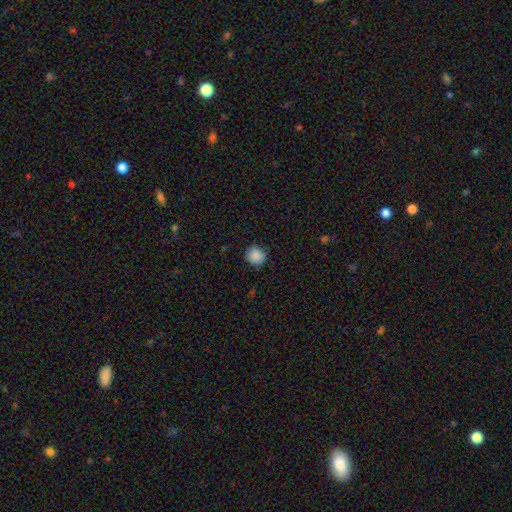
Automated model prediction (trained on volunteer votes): smooth-or-featured: smooth: 88% | star or artifact: 9% | featured or disk: 3%
  how-rounded: round: 87% | in between: 12% | cigar-shaped: 1%
  merging: none: 84% | minor disturbance: 12% | major disturbance: 2% | merger: 1%